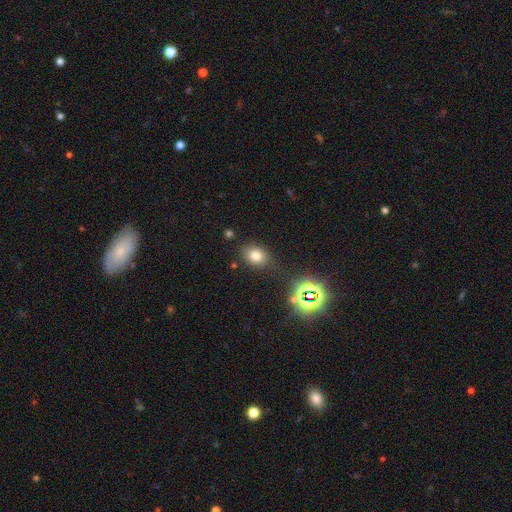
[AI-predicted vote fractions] Morphology: type=smooth (73%); roundness=in between (60%); merging=none (78%).